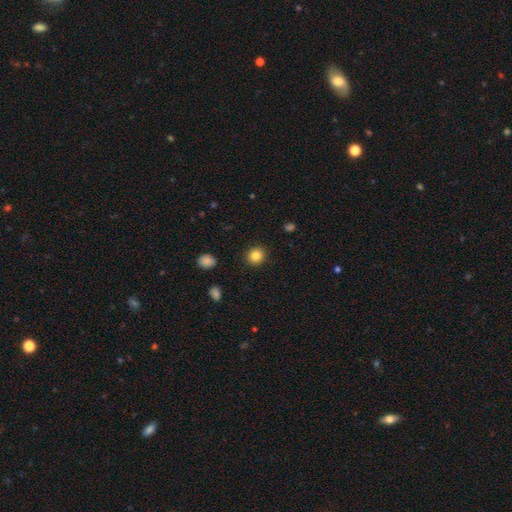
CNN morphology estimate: Smooth or featured: smooth — 83% (star or artifact — 11%)
How rounded: round — 87% (in between — 12%)
Merging: none — 91% (minor disturbance — 6%)